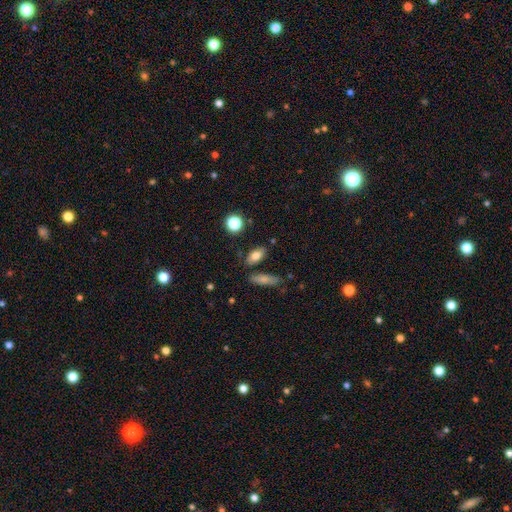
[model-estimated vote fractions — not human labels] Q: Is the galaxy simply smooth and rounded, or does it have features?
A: smooth — 77%.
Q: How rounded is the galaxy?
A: in between — 77%.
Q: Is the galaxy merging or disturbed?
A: none — 79%.